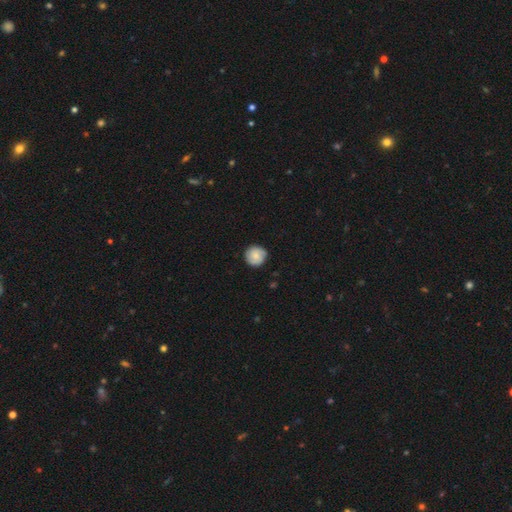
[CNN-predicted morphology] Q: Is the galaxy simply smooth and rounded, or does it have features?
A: smooth — 74%.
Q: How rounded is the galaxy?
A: round — 93%.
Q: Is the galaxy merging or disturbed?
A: none — 83%.